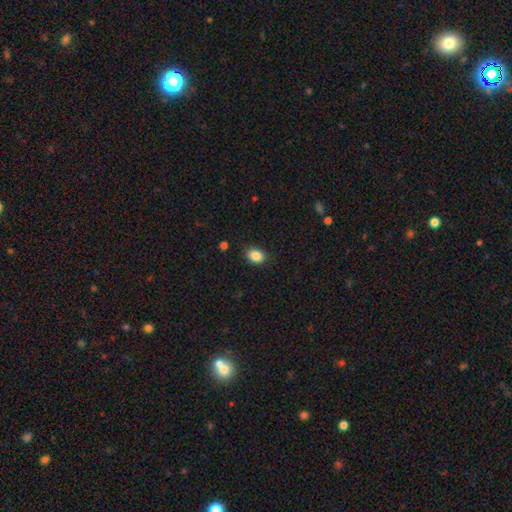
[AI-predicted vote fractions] A smooth galaxy with no disk features (87%) that is in between round and cigar-shaped (72%).

Vote fractions:
- Smooth or featured? smooth: 87% / star or artifact: 9% / featured or disk: 5%
- How rounded? in between: 72% / round: 27% / cigar-shaped: 1%
- Merging? none: 86% / minor disturbance: 11% / major disturbance: 2% / merger: 1%